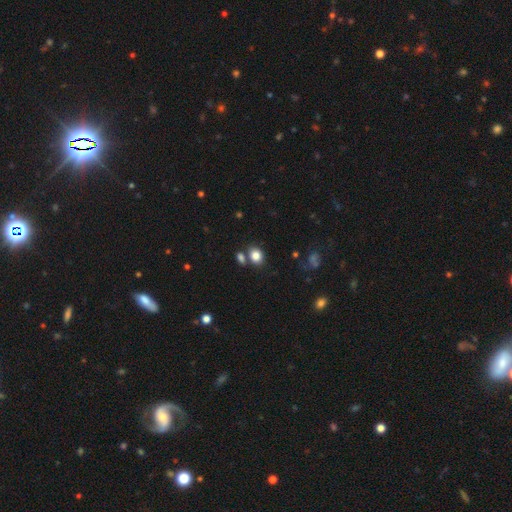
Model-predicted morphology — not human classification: smooth-or-featured: smooth: 83% | star or artifact: 11% | featured or disk: 6%
  how-rounded: in between: 50% | round: 49% | cigar-shaped: 1%
  merging: none: 67% | merger: 18% | minor disturbance: 11% | major disturbance: 4%